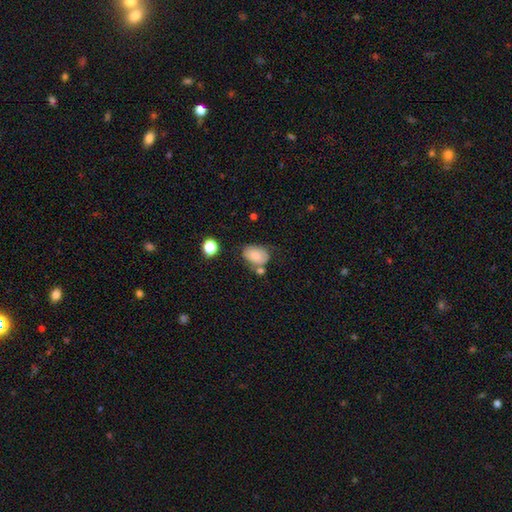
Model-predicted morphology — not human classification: This is likely a smooth galaxy (72%). How rounded: clearly in between (83%). Merging: possibly none (49%).